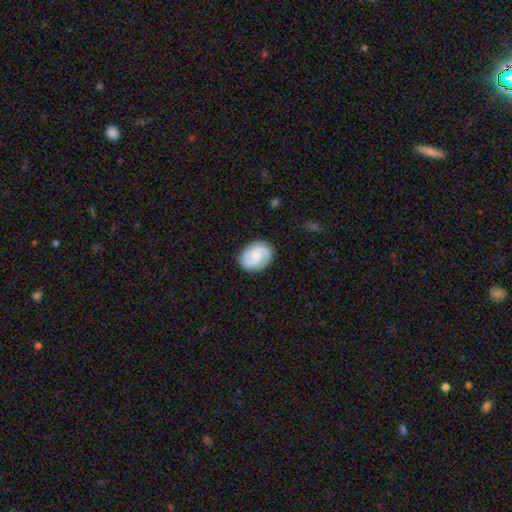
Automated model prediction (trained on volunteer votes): Overall: featured or disk (68%). Edge-on disk: no (98%). Bar: no (51%; weak 43%). Spiral arms: yes (95%). Spiral arm count: 2 (81%). Spiral winding: medium (49%; tight 28%). Bulge size: small (46%; moderate 37%). Merging: none (83%).